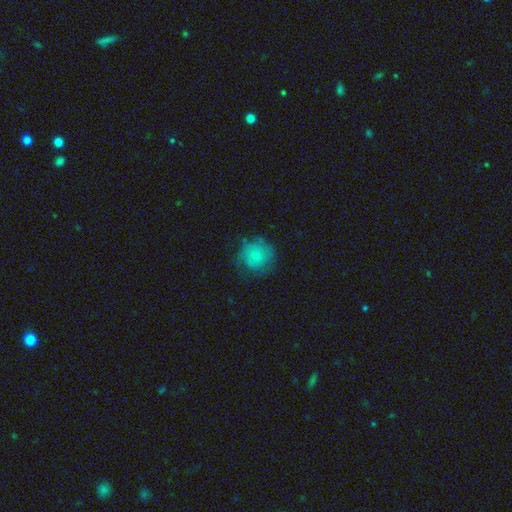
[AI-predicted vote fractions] smooth 69%, featured or disk 23%, star or artifact 8%. Down the decision tree: how rounded — round (90%); merging — none (66%).